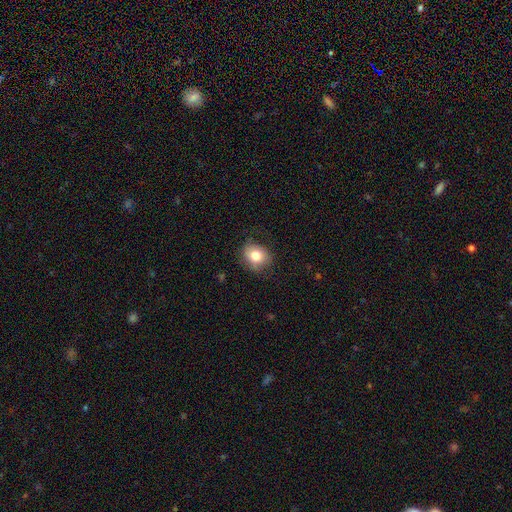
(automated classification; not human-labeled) Morphology: type=smooth (79%); roundness=round (55%); merging=none (75%).